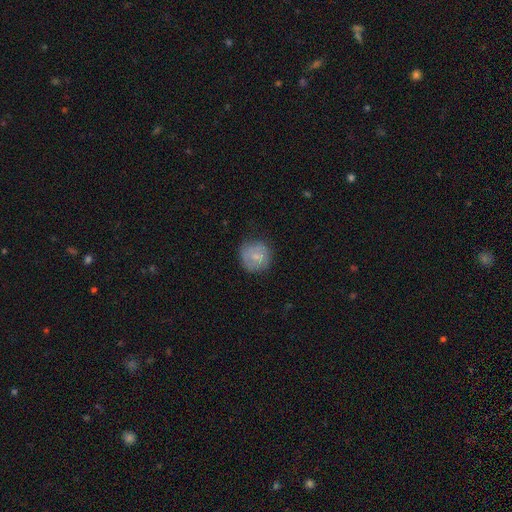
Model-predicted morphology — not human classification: Smooth or featured? smooth (69%)
How rounded? round (91%)
Merging? none (70%)